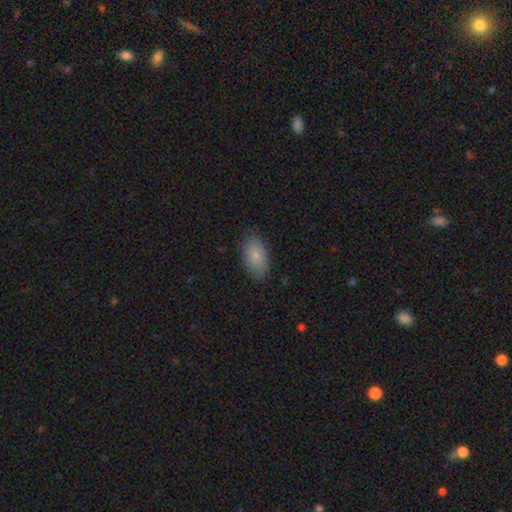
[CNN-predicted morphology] The model was most divided on "merging": none: 84%, minor disturbance: 13%, major disturbance: 3%, merger: 1%. More confident: how rounded — in between (93%); smooth or featured — smooth (85%).